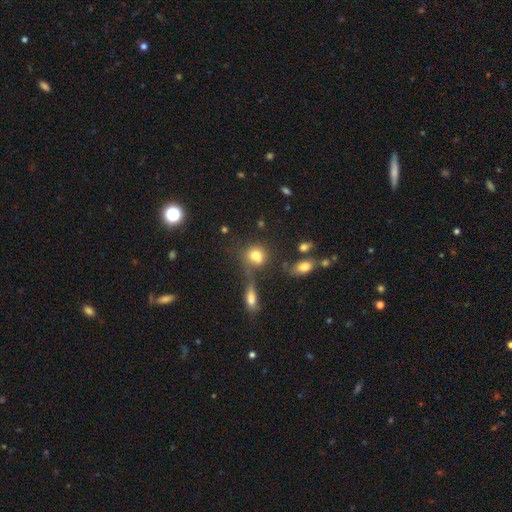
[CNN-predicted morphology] Smooth or featured? smooth (77%)
How rounded? round (69%)
Merging? none (49%)